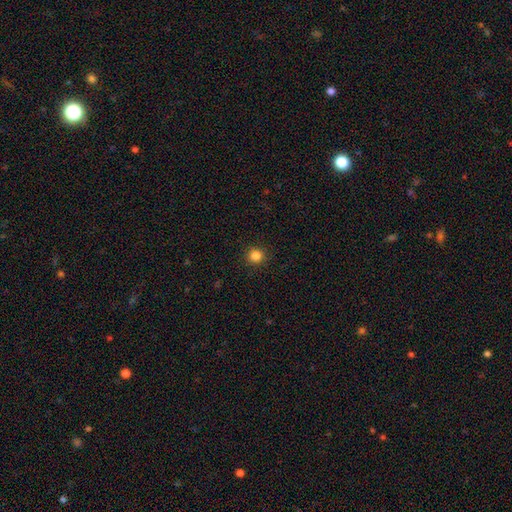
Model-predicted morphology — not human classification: A smooth galaxy with no disk features (84%) that is round (93%). Merging: none (92%).